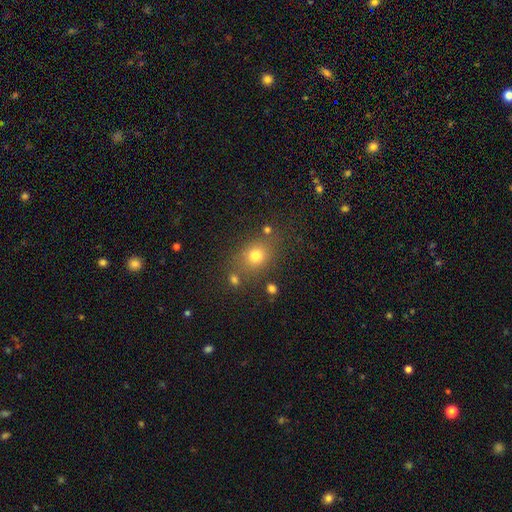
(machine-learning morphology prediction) smooth_or_featured: smooth (p=0.75) [alt: star or artifact p=0.16]
how_rounded: round (p=0.58) [alt: in between p=0.41]
merging: none (p=0.72) [alt: minor disturbance p=0.14]